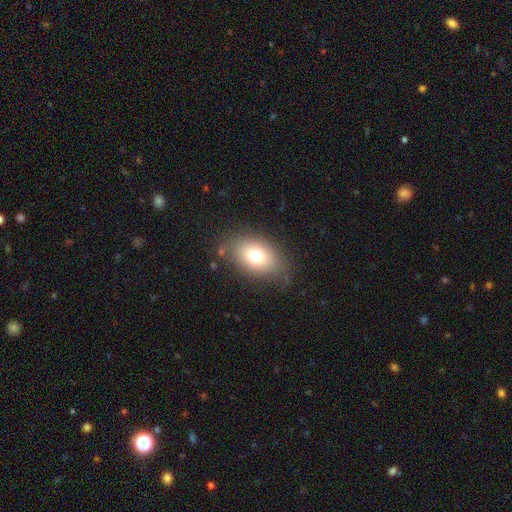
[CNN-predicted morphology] smooth-or-featured: smooth: 73% | featured or disk: 16% | star or artifact: 11%
  how-rounded: in between: 78% | round: 20% | cigar-shaped: 1%
  merging: none: 73% | minor disturbance: 19% | major disturbance: 7% | merger: 2%